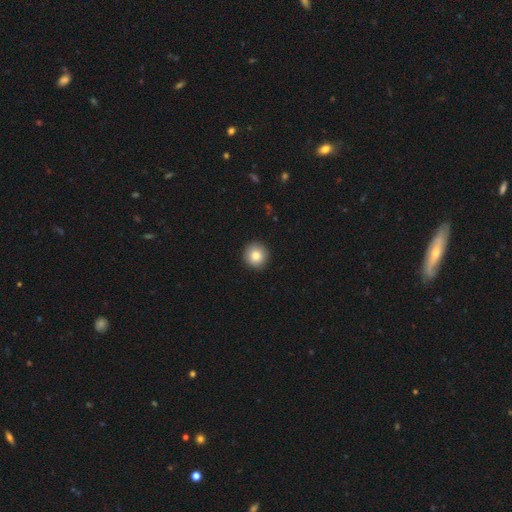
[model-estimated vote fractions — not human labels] Smooth or featured?
  - smooth: 83% *
  - star or artifact: 9%
  - featured or disk: 8%
How rounded?
  - round: 94% *
  - in between: 5%
  - cigar-shaped: 1%
Merging?
  - none: 92% *
  - minor disturbance: 5%
  - major disturbance: 2%
  - merger: 1%